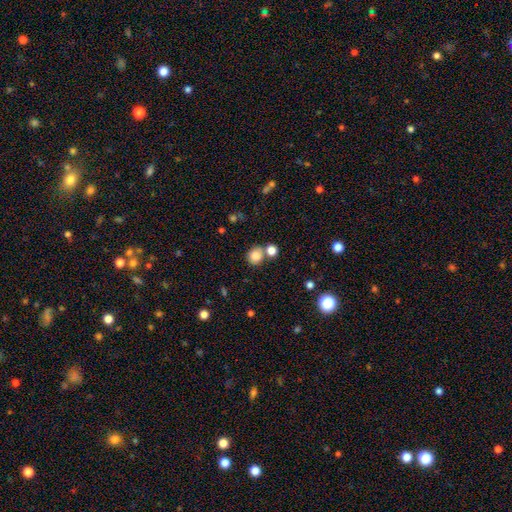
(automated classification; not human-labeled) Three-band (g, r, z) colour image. It shows a smooth galaxy with no disk features (82%) that is round (78%). Merging: none (62%).